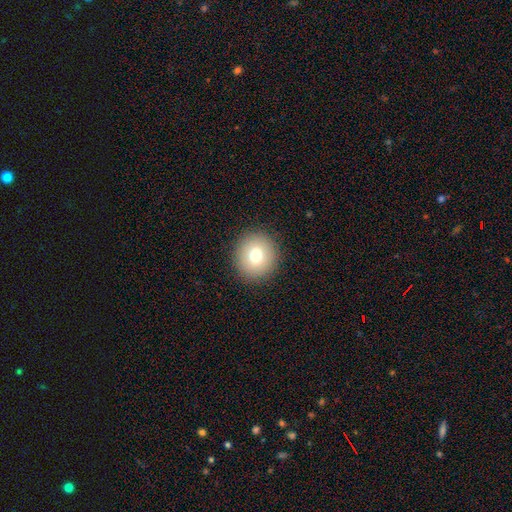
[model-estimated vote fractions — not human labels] A smooth galaxy with no disk features (75%) that is round (89%).

Vote fractions:
- Smooth or featured? smooth: 75% / featured or disk: 14% / star or artifact: 11%
- How rounded? round: 89% / in between: 10% / cigar-shaped: 1%
- Merging? none: 91% / minor disturbance: 6% / major disturbance: 2% / merger: 1%